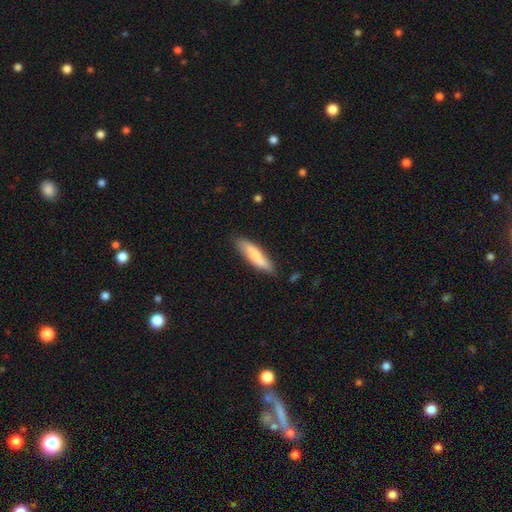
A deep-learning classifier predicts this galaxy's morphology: This appears to be a smooth galaxy with no disk features (77%) that is cigar-shaped (74%). Merging: none (81%).